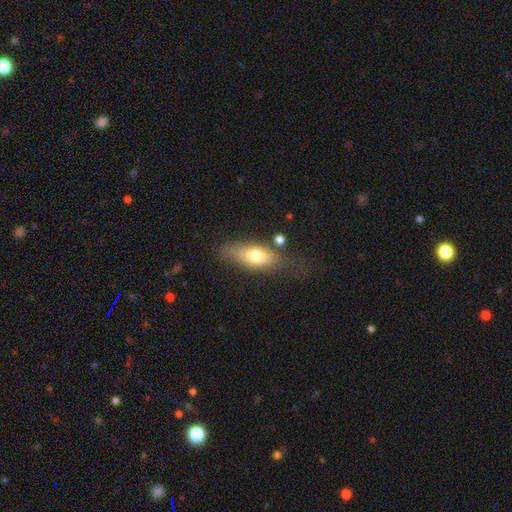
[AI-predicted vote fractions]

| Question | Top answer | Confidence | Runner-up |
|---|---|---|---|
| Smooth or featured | smooth | 61% | featured or disk (31%) |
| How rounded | in between | 68% | cigar-shaped (26%) |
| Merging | none | 60% | minor disturbance (23%) |